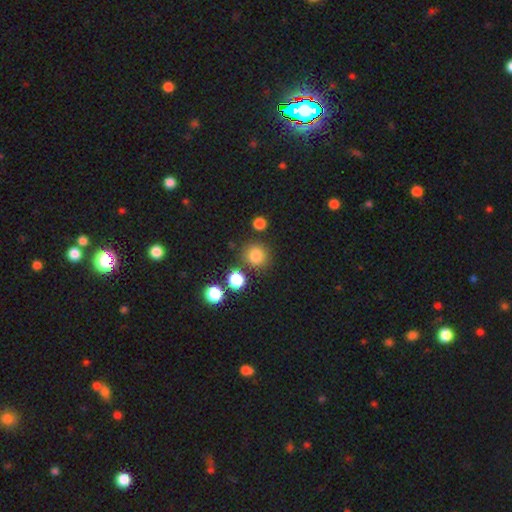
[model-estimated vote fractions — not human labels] This is clearly a smooth galaxy (80%). How rounded: clearly round (89%). Merging: likely none (80%).